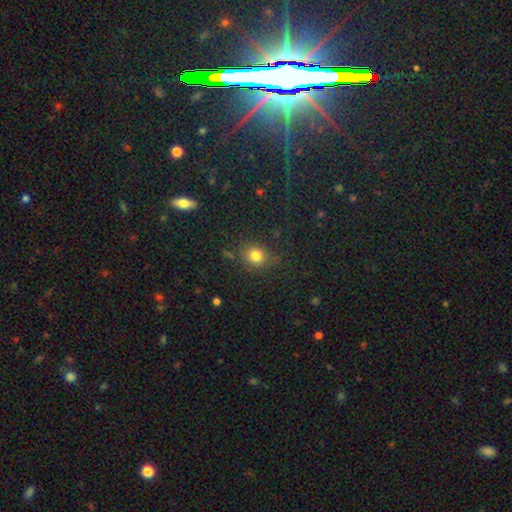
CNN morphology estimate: A smooth galaxy with no disk features (78%) that is round (77%).

Vote fractions:
- Smooth or featured? smooth: 78% / star or artifact: 16% / featured or disk: 7%
- How rounded? round: 77% / in between: 21% / cigar-shaped: 1%
- Merging? none: 80% / minor disturbance: 12% / major disturbance: 5% / merger: 3%